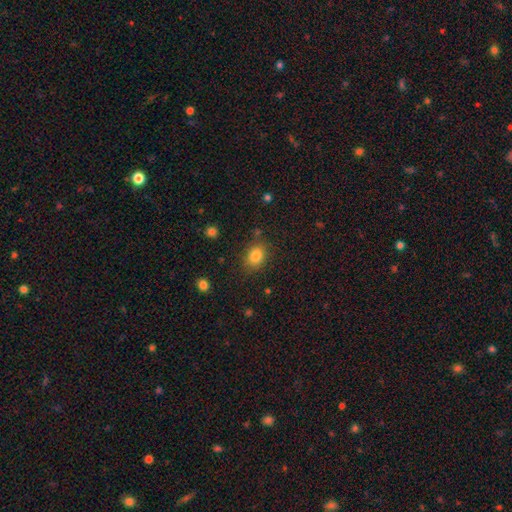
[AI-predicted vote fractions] smooth 83%, star or artifact 11%, featured or disk 6%. Down the decision tree: how rounded — in between (59%); merging — none (81%).